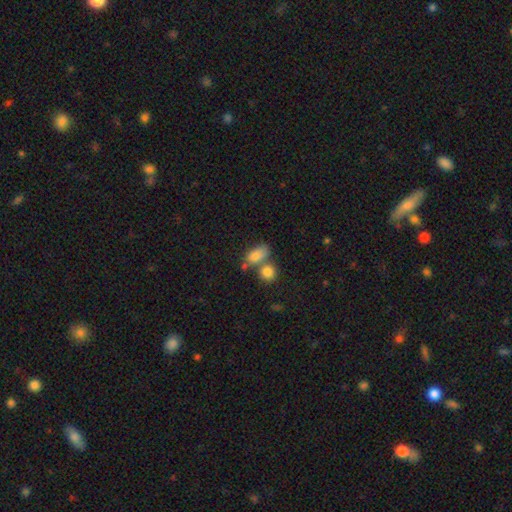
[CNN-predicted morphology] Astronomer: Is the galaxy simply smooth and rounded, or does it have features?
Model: smooth — 81%.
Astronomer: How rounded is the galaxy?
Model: in between — 83%.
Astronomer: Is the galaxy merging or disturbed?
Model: none — 42% (runner-up: merger, 38%).